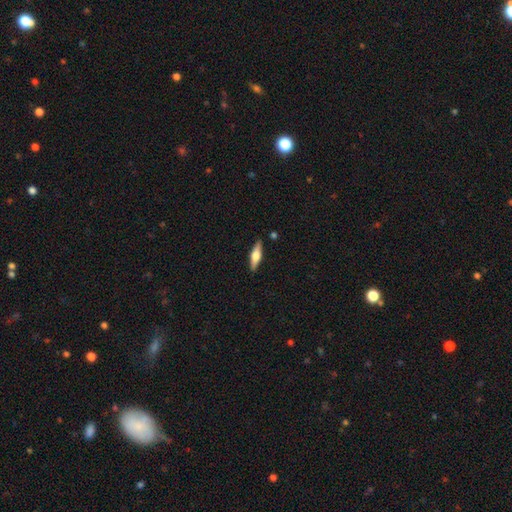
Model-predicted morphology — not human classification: A featured or disk galaxy (51%) viewed edge-on (95%). Merging: none (88%).